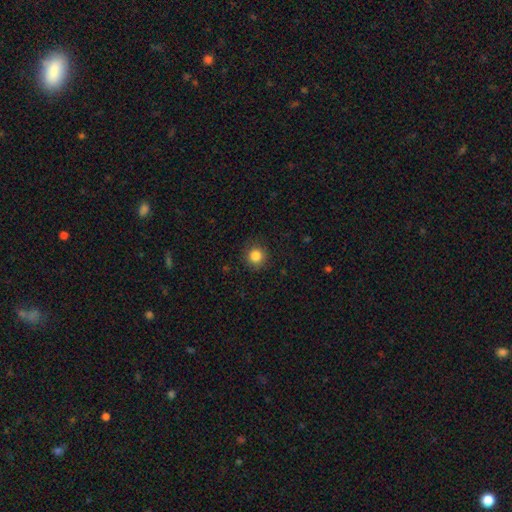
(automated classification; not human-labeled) The model was most divided on "smooth or featured": smooth: 84%, star or artifact: 11%, featured or disk: 5%. More confident: how rounded — round (92%); merging — none (90%).